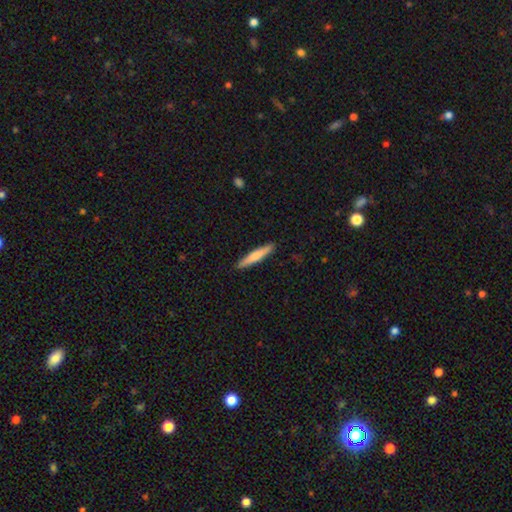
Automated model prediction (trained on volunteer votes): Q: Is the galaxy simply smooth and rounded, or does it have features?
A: smooth — 66%.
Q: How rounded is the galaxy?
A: cigar-shaped — 93%.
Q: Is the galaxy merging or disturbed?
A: none — 91%.